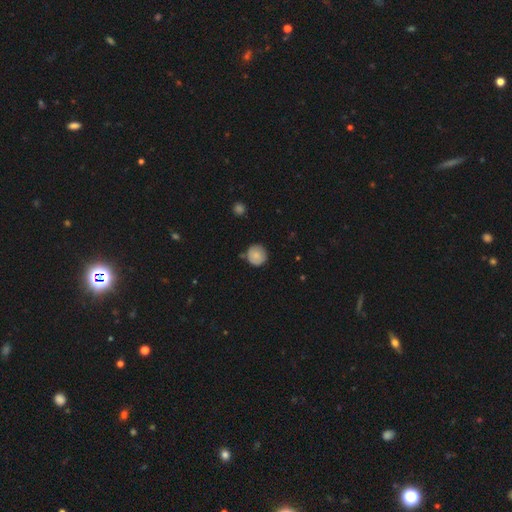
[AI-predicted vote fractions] Q: Smooth or featured?
A: smooth (82%); runner-up: featured or disk (10%)
Q: How rounded?
A: round (94%); runner-up: in between (5%)
Q: Merging?
A: none (79%); runner-up: minor disturbance (15%)